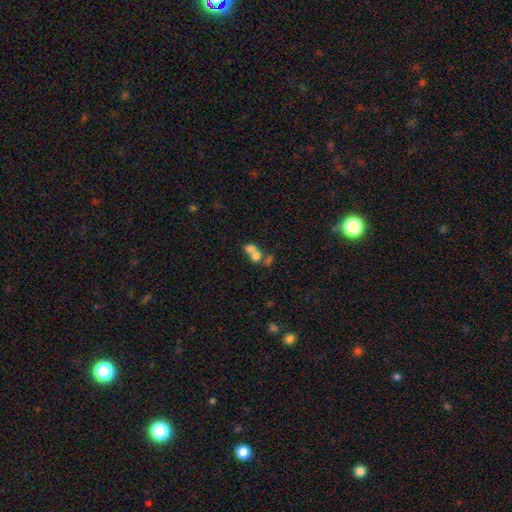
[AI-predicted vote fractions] Smooth or featured: smooth — 65% (featured or disk — 21%)
How rounded: round — 57% (in between — 41%)
Merging: merger — 70% (none — 20%)